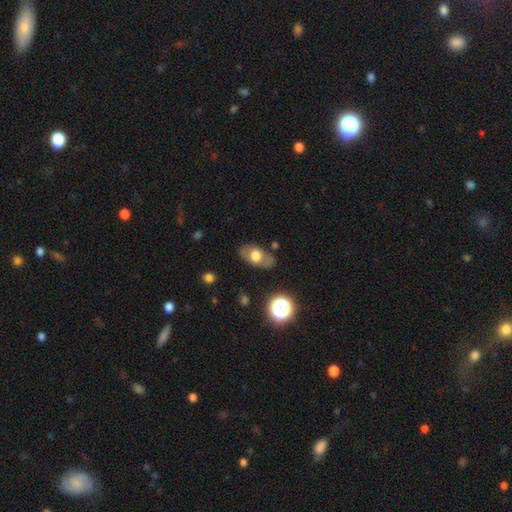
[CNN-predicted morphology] Q: Smooth or featured?
A: smooth (53%); runner-up: featured or disk (39%)
Q: How rounded?
A: in between (85%); runner-up: round (13%)
Q: Merging?
A: none (77%); runner-up: minor disturbance (16%)